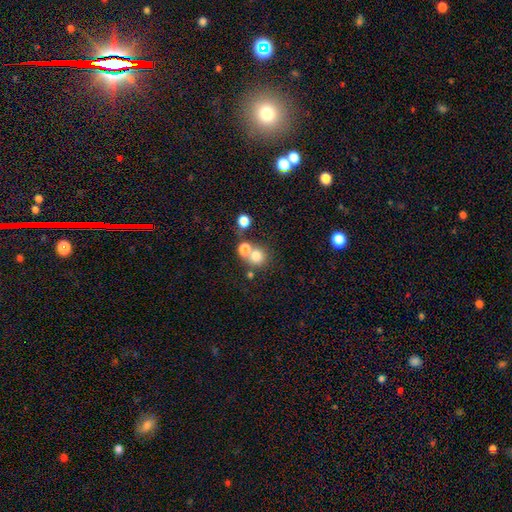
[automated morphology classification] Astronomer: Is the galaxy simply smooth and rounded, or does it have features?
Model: smooth — 75%.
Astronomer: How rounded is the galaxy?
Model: round — 86%.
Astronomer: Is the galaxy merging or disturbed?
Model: none — 50% (runner-up: merger, 39%).